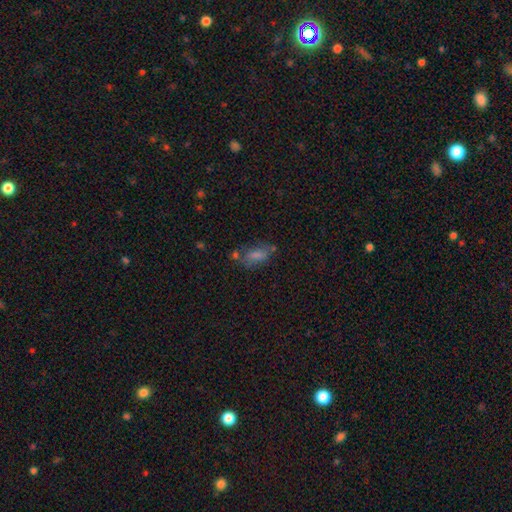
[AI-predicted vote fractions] smooth 56%, featured or disk 23%, star or artifact 21%. Down the decision tree: how rounded — in between (77%); merging — none (58%).